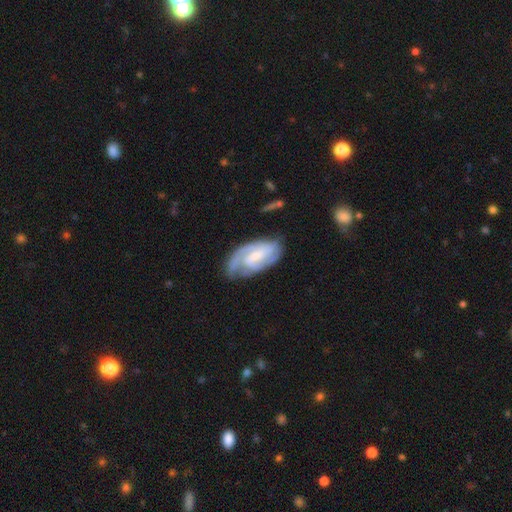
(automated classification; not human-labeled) Smooth or featured? Predicted: featured or disk (p=0.84). Edge-on disk? Predicted: no (p=0.96). Bar? Predicted: weak (p=0.50). Spiral arms? Predicted: yes (p=0.97). Spiral winding? Predicted: tight (p=0.51). Spiral arm count? Predicted: 2 (p=0.54). Bulge size? Predicted: small (p=0.59). Merging? Predicted: none (p=0.68).